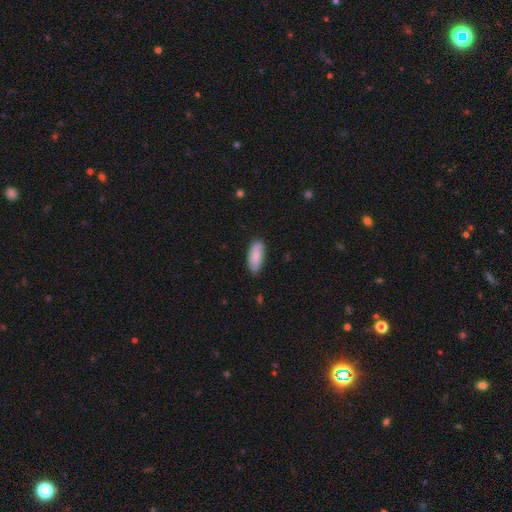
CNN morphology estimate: This is clearly a smooth galaxy (82%). How rounded: clearly in between (83%). Merging: likely none (77%).